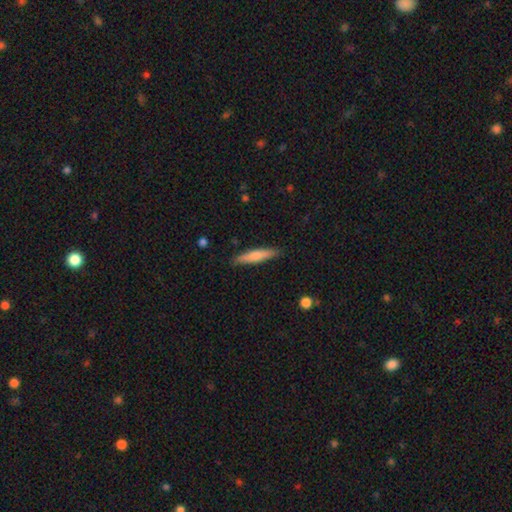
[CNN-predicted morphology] Smooth or featured? smooth (67%)
How rounded? cigar-shaped (88%)
Merging? none (88%)